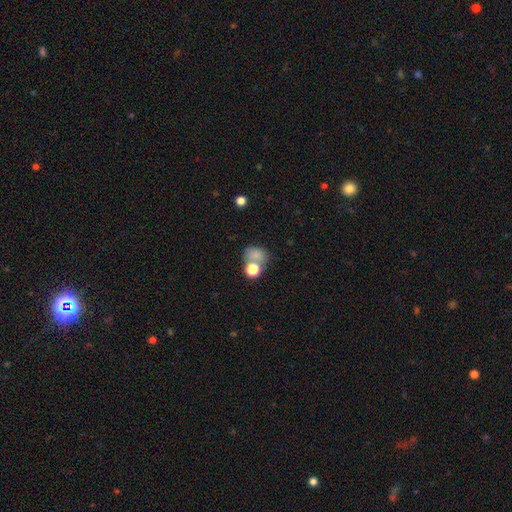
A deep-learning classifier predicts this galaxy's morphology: smooth_or_featured: smooth (p=0.74) [alt: star or artifact p=0.15]
how_rounded: round (p=0.52) [alt: in between p=0.46]
merging: none (p=0.41) [alt: merger p=0.35]